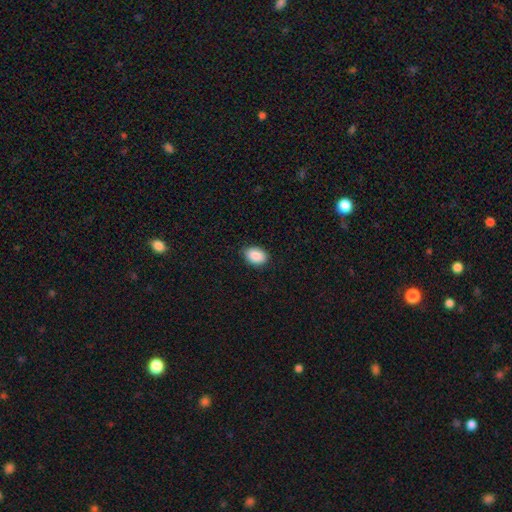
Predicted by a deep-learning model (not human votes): The model was most divided on "how rounded": in between: 80%, round: 19%, cigar-shaped: 1%. More confident: smooth or featured — smooth (90%); merging — none (85%).